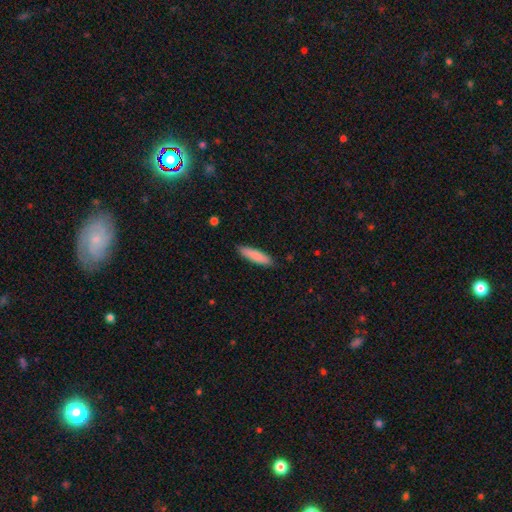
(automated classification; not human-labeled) smooth_or_featured: smooth (p=0.84) [alt: featured or disk p=0.10]
how_rounded: cigar-shaped (p=0.72) [alt: in between p=0.27]
merging: none (p=0.87) [alt: minor disturbance p=0.10]